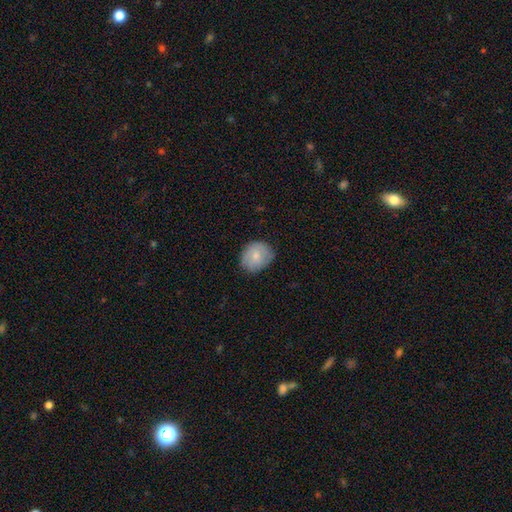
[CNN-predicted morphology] Smooth or featured? smooth (73%)
How rounded? round (70%)
Merging? none (74%)